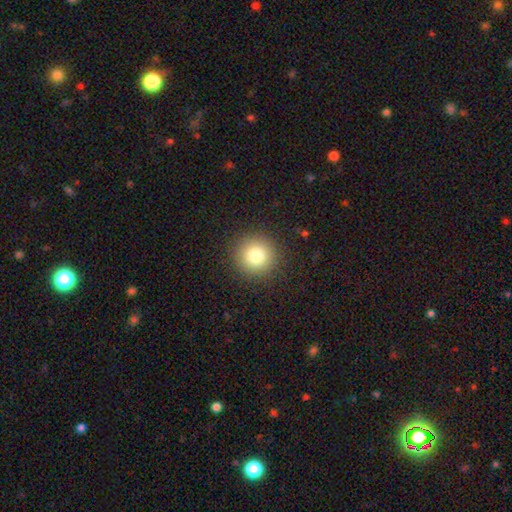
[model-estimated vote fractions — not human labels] Smooth or featured? smooth (81%)
How rounded? round (95%)
Merging? none (91%)